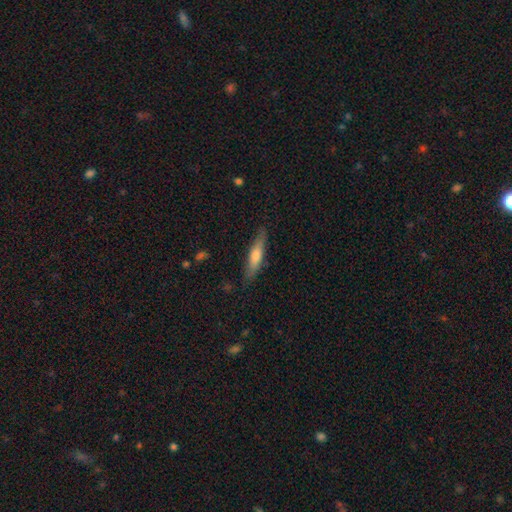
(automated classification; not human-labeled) A smooth galaxy with no disk features (57%) that is cigar-shaped (82%). Merging: none (84%).